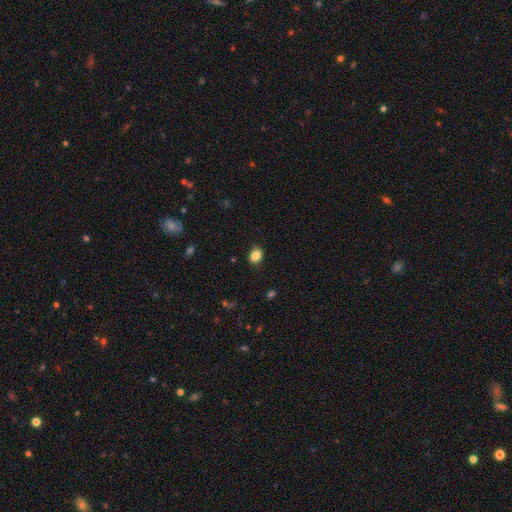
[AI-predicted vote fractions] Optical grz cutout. It shows a smooth galaxy with no disk features (84%) that is in between round and cigar-shaped (54%). Merging: none (86%).